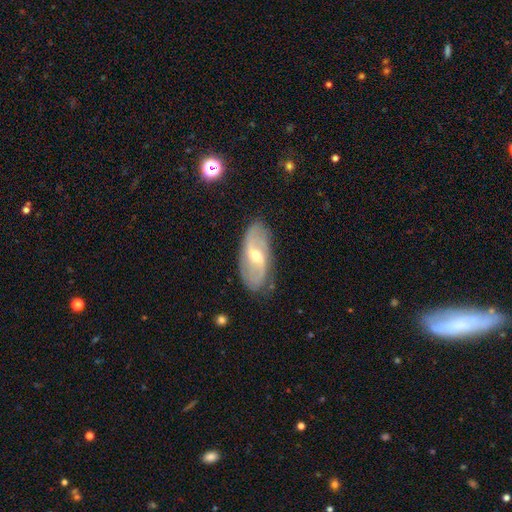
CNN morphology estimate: Overall: featured or disk (80%). Edge-on disk: no (92%). Bar: weak (51%; no 26%). Spiral arms: yes (91%). Spiral arm count: 2 (81%). Spiral winding: loose (48%; medium 34%). Bulge size: moderate (53%; small 44%). Merging: none (81%).